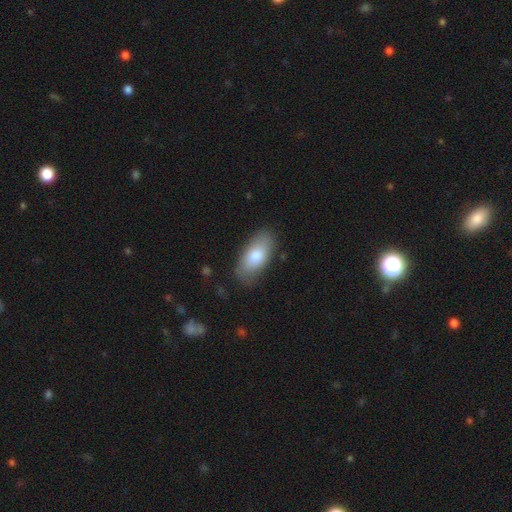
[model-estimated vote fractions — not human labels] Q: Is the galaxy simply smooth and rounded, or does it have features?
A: smooth — 77%.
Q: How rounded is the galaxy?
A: in between — 89%.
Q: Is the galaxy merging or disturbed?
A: none — 82%.